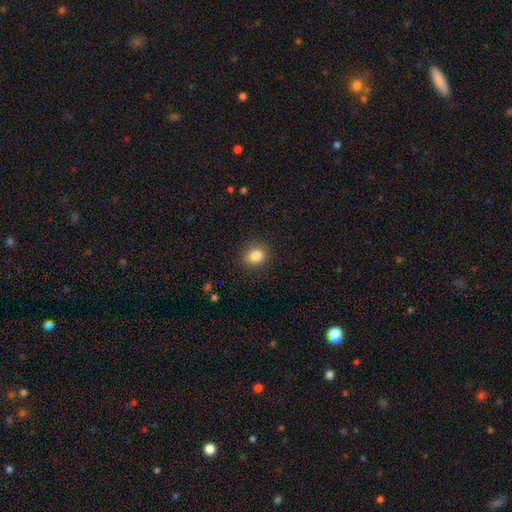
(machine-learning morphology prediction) smooth_or_featured: smooth (p=0.84) [alt: star or artifact p=0.10]
how_rounded: round (p=0.76) [alt: in between p=0.23]
merging: none (p=0.88) [alt: minor disturbance p=0.08]